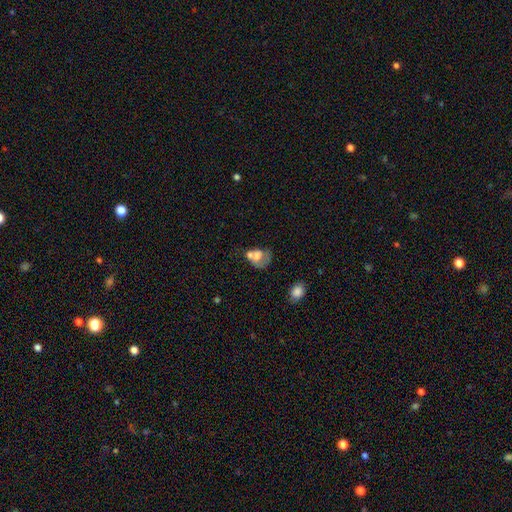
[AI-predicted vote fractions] smooth_or_featured: smooth (p=0.58) [alt: featured or disk p=0.32]
how_rounded: in between (p=0.56) [alt: round p=0.42]
merging: merger (p=0.48) [alt: major disturbance p=0.19]